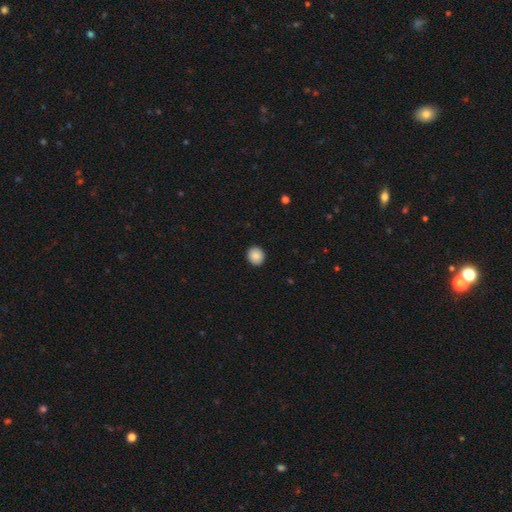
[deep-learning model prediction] smooth_or_featured: smooth (p=0.88) [alt: star or artifact p=0.08]
how_rounded: round (p=0.88) [alt: in between p=0.11]
merging: none (p=0.93) [alt: minor disturbance p=0.05]